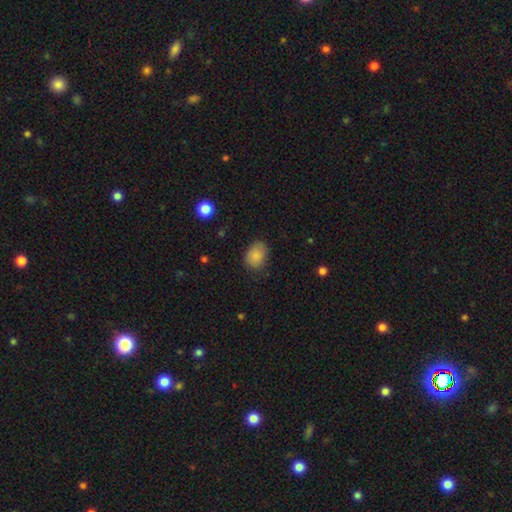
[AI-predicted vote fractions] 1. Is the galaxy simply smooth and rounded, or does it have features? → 85% smooth, 9% star or artifact, 7% featured or disk.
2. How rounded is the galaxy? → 67% in between, 32% round, 1% cigar-shaped.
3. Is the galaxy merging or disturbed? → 77% none, 17% minor disturbance, 4% major disturbance, 1% merger.